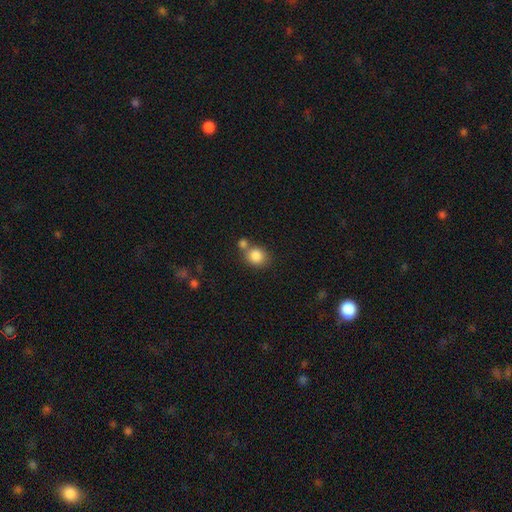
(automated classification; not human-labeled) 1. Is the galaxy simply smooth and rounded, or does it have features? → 85% smooth, 9% star or artifact, 6% featured or disk.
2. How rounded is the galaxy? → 77% round, 22% in between, 1% cigar-shaped.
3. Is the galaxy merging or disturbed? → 56% none, 29% merger, 11% minor disturbance, 4% major disturbance.